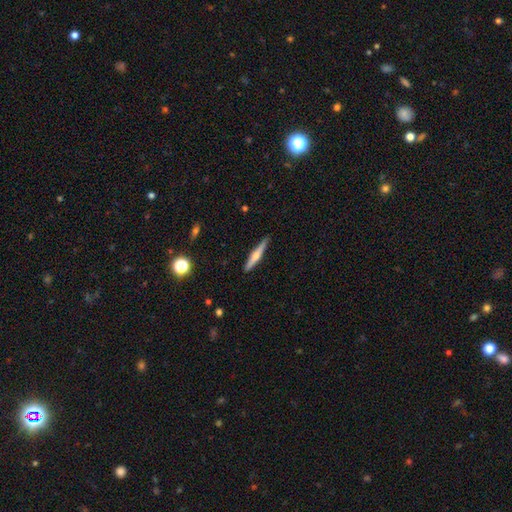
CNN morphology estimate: Q: Smooth or featured?
A: featured or disk (61%); runner-up: smooth (33%)
Q: Edge-on disk?
A: yes (97%); runner-up: no (3%)
Q: Edge-on bulge?
A: rounded (86%); runner-up: none (8%)
Q: Merging?
A: none (90%); runner-up: minor disturbance (7%)